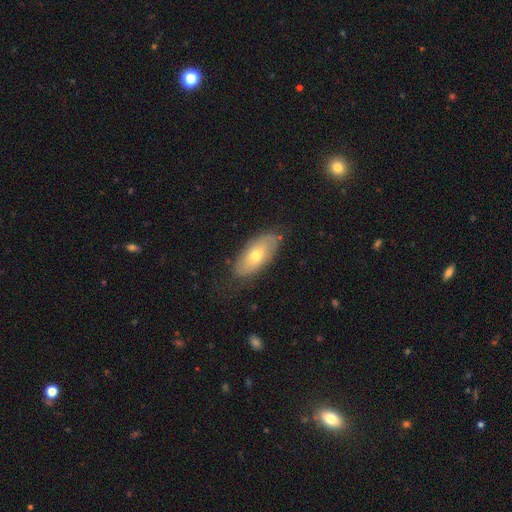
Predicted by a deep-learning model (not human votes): The model was most divided on "smooth or featured": smooth: 53%, featured or disk: 40%, star or artifact: 7%. More confident: how rounded — in between (88%); merging — none (74%).